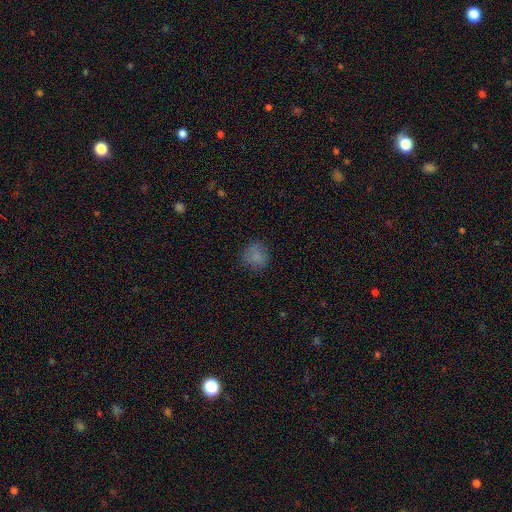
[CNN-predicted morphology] Overall: smooth (81%). How rounded: round (86%). Merging: none (81%).